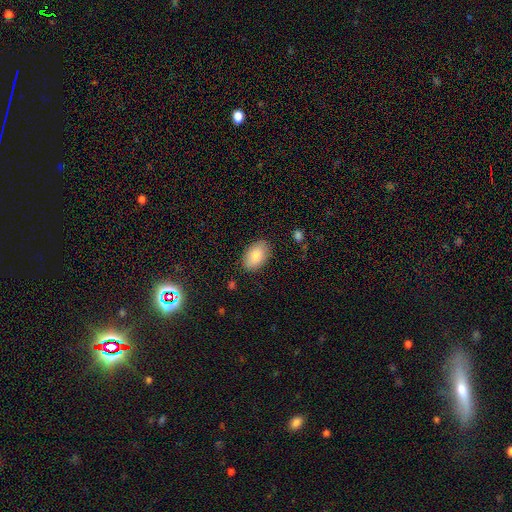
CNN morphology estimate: Smooth or featured?
  - smooth: 85% *
  - featured or disk: 8%
  - star or artifact: 6%
How rounded?
  - in between: 92% *
  - round: 6%
  - cigar-shaped: 1%
Merging?
  - none: 85% *
  - minor disturbance: 11%
  - major disturbance: 2%
  - merger: 1%